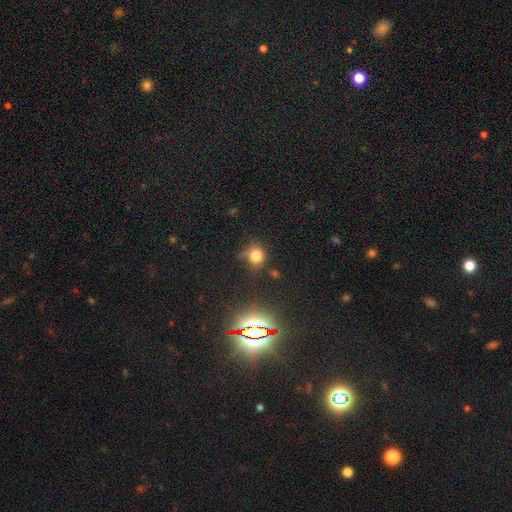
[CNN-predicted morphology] Smooth or featured?
  - smooth: 74% *
  - star or artifact: 19%
  - featured or disk: 7%
How rounded?
  - round: 79% *
  - in between: 20%
  - cigar-shaped: 1%
Merging?
  - none: 62% *
  - minor disturbance: 22%
  - major disturbance: 9%
  - merger: 6%